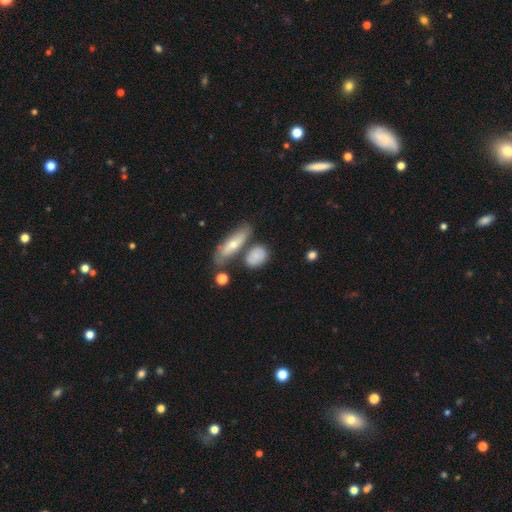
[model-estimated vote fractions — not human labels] smooth_or_featured: smooth (p=0.74) [alt: featured or disk p=0.18]
how_rounded: in between (p=0.59) [alt: round p=0.32]
merging: none (p=0.58) [alt: minor disturbance p=0.18]